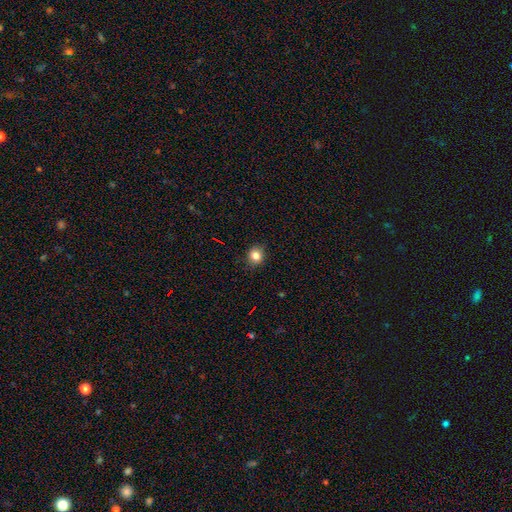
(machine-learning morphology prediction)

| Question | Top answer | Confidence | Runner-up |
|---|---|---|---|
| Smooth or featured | smooth | 83% | star or artifact (11%) |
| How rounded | round | 77% | in between (22%) |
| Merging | none | 89% | minor disturbance (8%) |